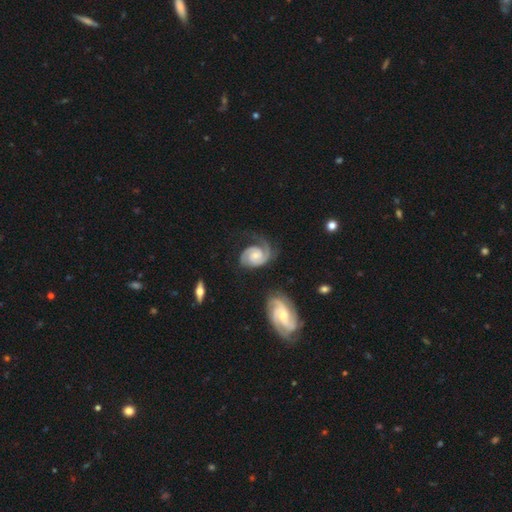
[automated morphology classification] Smooth or featured: featured or disk — 88% (smooth — 7%)
Edge-on disk: no — 98% (yes — 2%)
Bar: no — 65% (weak — 28%)
Spiral arms: yes — 98% (no — 2%)
Spiral winding: tight — 52% (medium — 40%)
Spiral arm count: 2 — 82% (1 — 6%)
Bulge size: small — 51% (moderate — 39%)
Merging: none — 64% (minor disturbance — 21%)